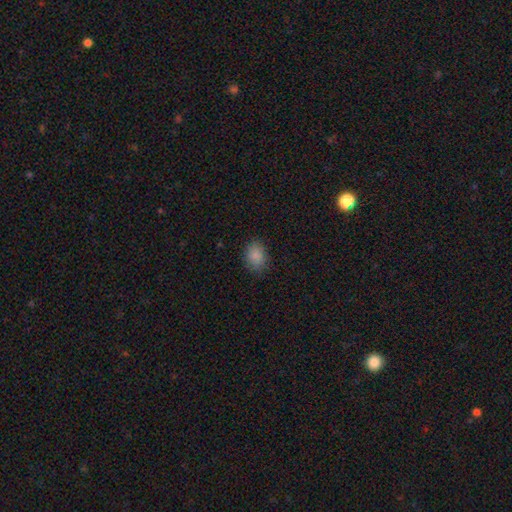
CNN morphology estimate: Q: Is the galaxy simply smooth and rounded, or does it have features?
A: smooth — 87%.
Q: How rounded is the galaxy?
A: in between — 62%.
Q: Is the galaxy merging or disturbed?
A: none — 83%.